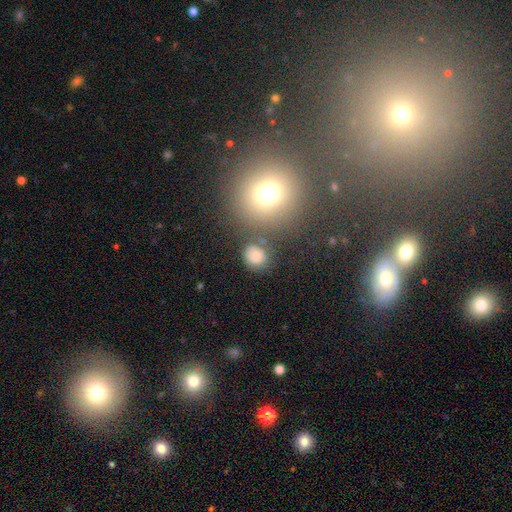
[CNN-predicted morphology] Smooth or featured?
  - smooth: 66% *
  - featured or disk: 18%
  - star or artifact: 16%
How rounded?
  - round: 73% *
  - in between: 25%
  - cigar-shaped: 1%
Merging?
  - none: 68% *
  - minor disturbance: 16%
  - merger: 9%
  - major disturbance: 7%